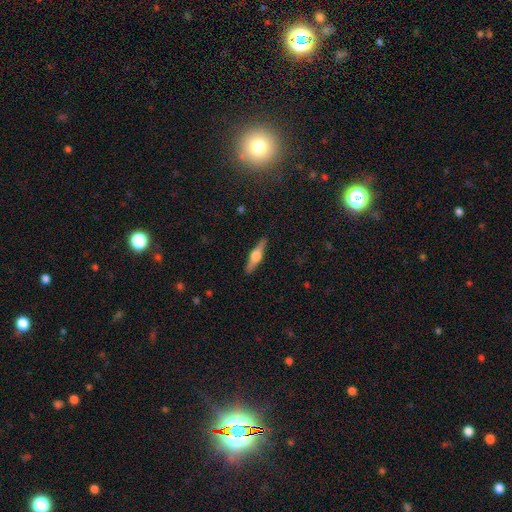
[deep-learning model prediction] smooth_or_featured: featured or disk (p=0.67) [alt: smooth p=0.27]
disk_edge_on: yes (p=0.97) [alt: no p=0.03]
edge_on_bulge: rounded (p=0.93) [alt: boxy p=0.05]
merging: none (p=0.90) [alt: minor disturbance p=0.07]